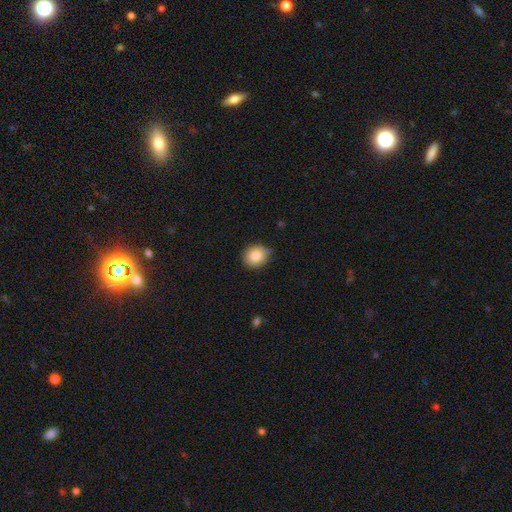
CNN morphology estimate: A smooth galaxy with no disk features (85%) that is round (65%). Merging: none (81%).